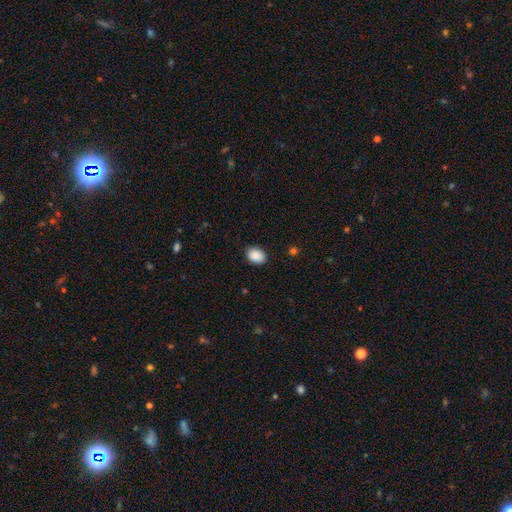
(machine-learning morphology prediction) A smooth galaxy with no disk features (90%) that is in between round and cigar-shaped (68%).

Vote fractions:
- Smooth or featured? smooth: 90% / star or artifact: 7% / featured or disk: 3%
- How rounded? in between: 68% / round: 31% / cigar-shaped: 1%
- Merging? none: 88% / minor disturbance: 9% / major disturbance: 2% / merger: 1%